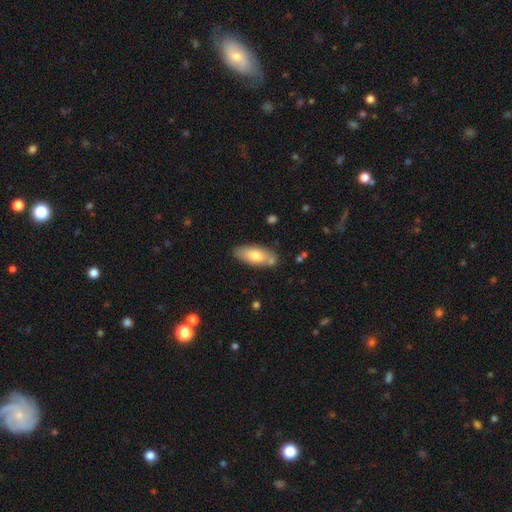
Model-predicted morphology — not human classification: Smooth or featured? Predicted: smooth (p=0.72). How rounded? Predicted: in between (p=0.83). Merging? Predicted: none (p=0.73).